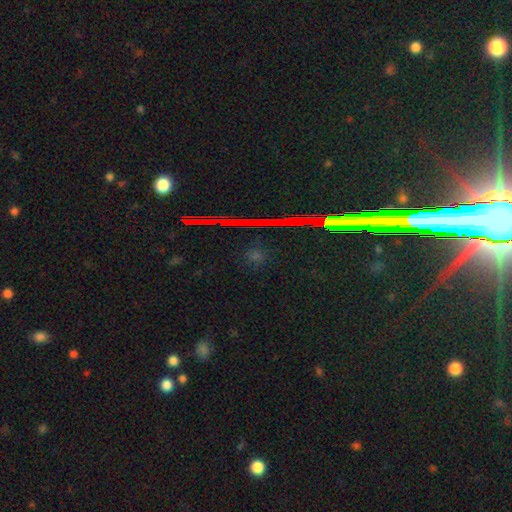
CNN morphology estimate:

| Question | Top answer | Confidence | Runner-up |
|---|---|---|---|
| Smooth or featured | star or artifact | 71% | smooth (20%) |